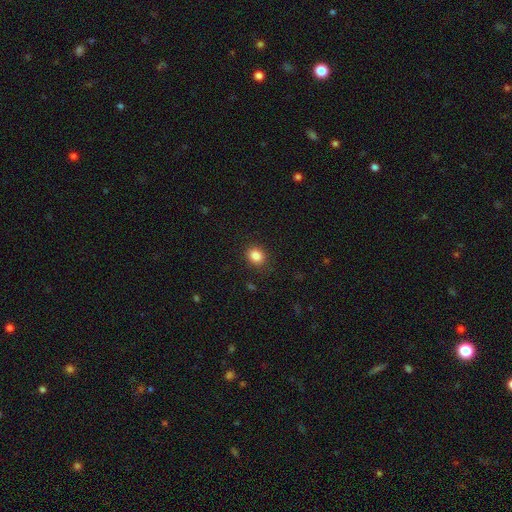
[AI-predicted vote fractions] Smooth or featured? smooth (86%)
How rounded? round (59%)
Merging? none (87%)